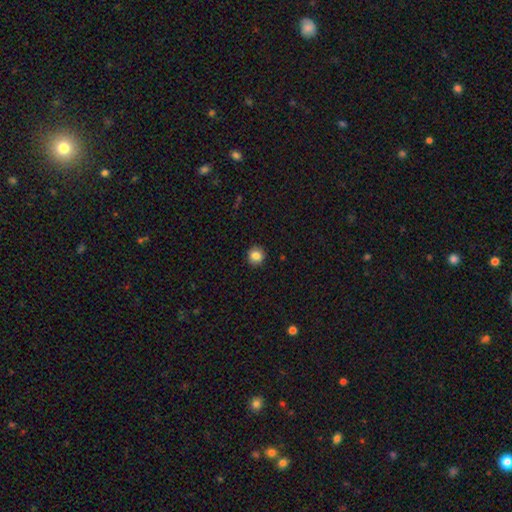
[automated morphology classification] This is clearly a smooth galaxy (85%). How rounded: clearly round (92%). Merging: clearly none (91%).